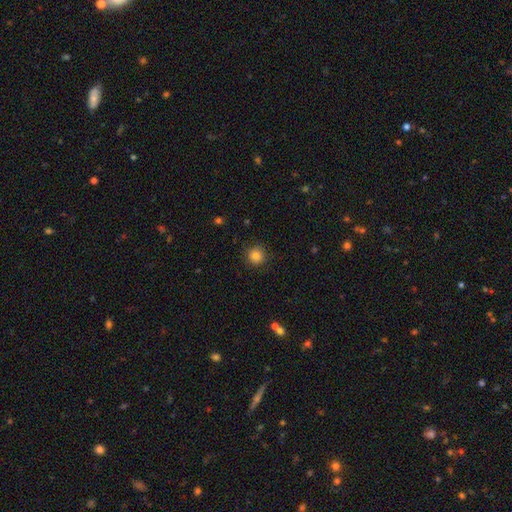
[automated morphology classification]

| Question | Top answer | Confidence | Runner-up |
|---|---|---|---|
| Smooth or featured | smooth | 84% | star or artifact (11%) |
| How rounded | round | 94% | in between (5%) |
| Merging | none | 90% | minor disturbance (7%) |